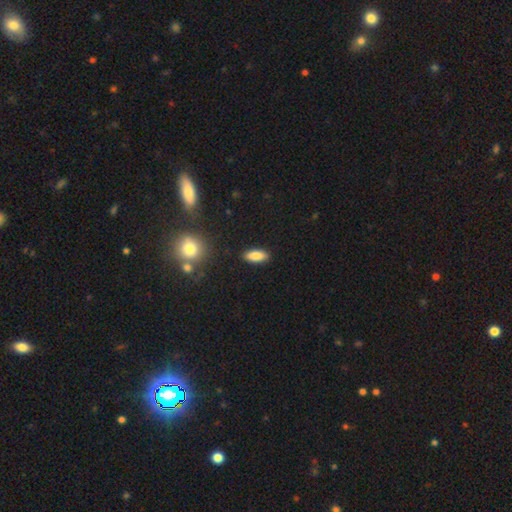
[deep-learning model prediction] The model was most divided on "how rounded": in between: 80%, cigar-shaped: 18%, round: 3%. More confident: merging — none (89%); smooth or featured — smooth (86%).